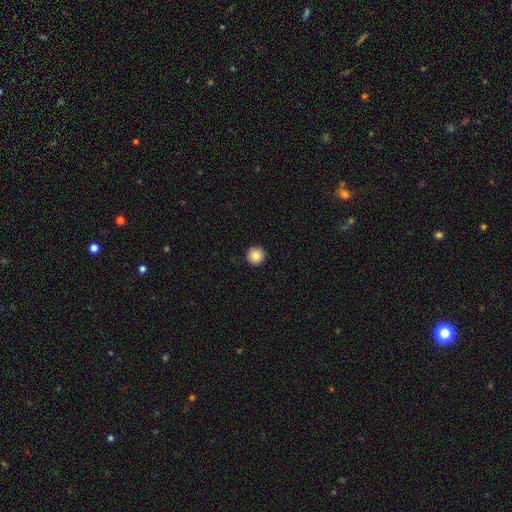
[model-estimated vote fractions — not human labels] This appears to be a smooth galaxy with no disk features (87%) that is round (96%). Merging: none (93%).